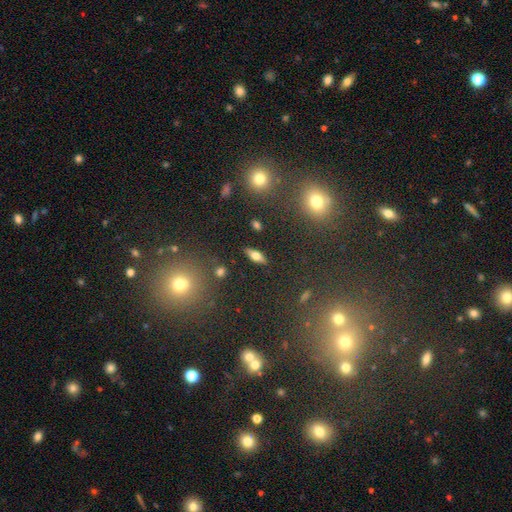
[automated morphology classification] This is possibly a smooth galaxy (55%). How rounded: likely in between (65%). Merging: clearly none (87%).